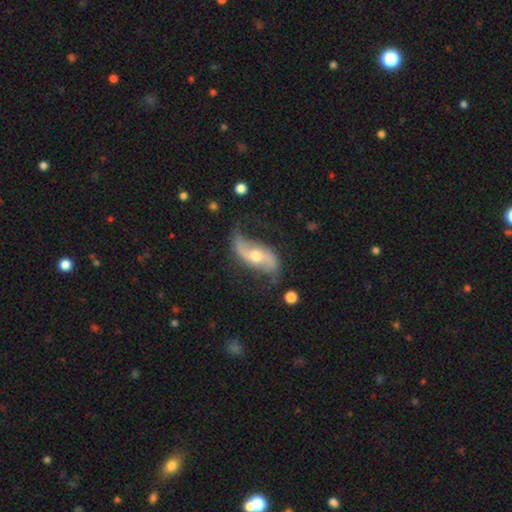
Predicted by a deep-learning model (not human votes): Q: Smooth or featured?
A: featured or disk (85%); runner-up: smooth (10%)
Q: Edge-on disk?
A: no (93%); runner-up: yes (7%)
Q: Bar?
A: no (48%); runner-up: weak (31%)
Q: Spiral arms?
A: yes (94%); runner-up: no (6%)
Q: Spiral winding?
A: loose (80%); runner-up: medium (15%)
Q: Spiral arm count?
A: 2 (92%); runner-up: 1 (3%)
Q: Bulge size?
A: moderate (69%); runner-up: small (25%)
Q: Merging?
A: none (69%); runner-up: minor disturbance (19%)